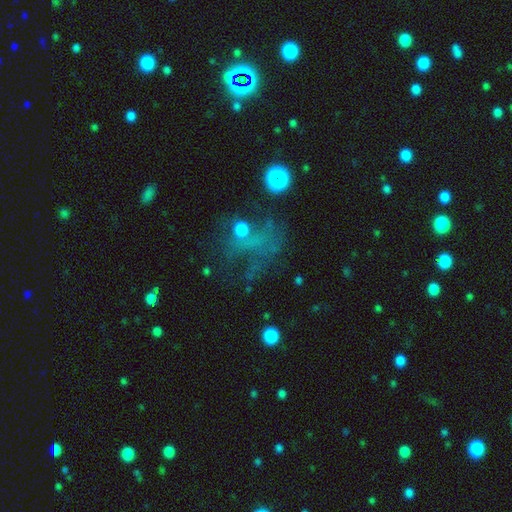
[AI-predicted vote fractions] Smooth or featured? star or artifact (42%)